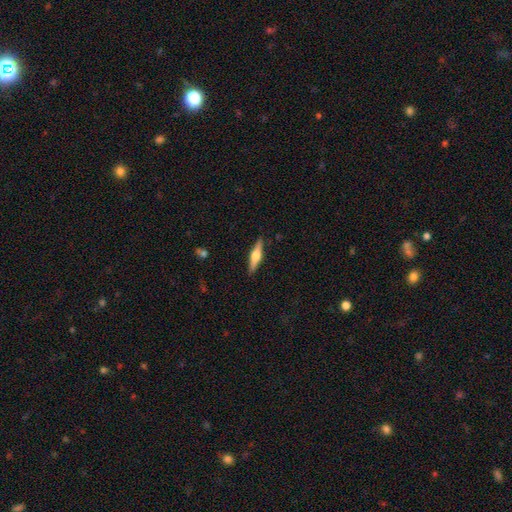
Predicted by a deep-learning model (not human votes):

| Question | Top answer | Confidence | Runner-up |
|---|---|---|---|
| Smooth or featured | featured or disk | 61% | smooth (33%) |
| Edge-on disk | yes | 97% | no (3%) |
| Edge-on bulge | rounded | 92% | boxy (6%) |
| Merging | none | 90% | minor disturbance (7%) |